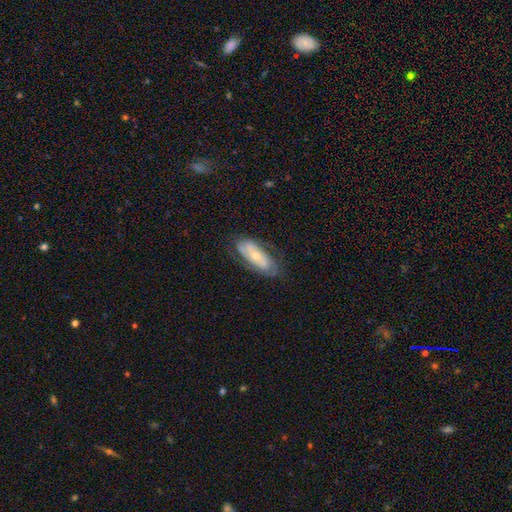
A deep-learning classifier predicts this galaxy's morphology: Q: Smooth or featured?
A: featured or disk (64%); runner-up: smooth (29%)
Q: Edge-on disk?
A: no (86%); runner-up: yes (14%)
Q: Bar?
A: no (63%); runner-up: weak (25%)
Q: Spiral arms?
A: yes (77%); runner-up: no (23%)
Q: Bulge size?
A: small (52%); runner-up: moderate (42%)
Q: Merging?
A: none (70%); runner-up: minor disturbance (21%)